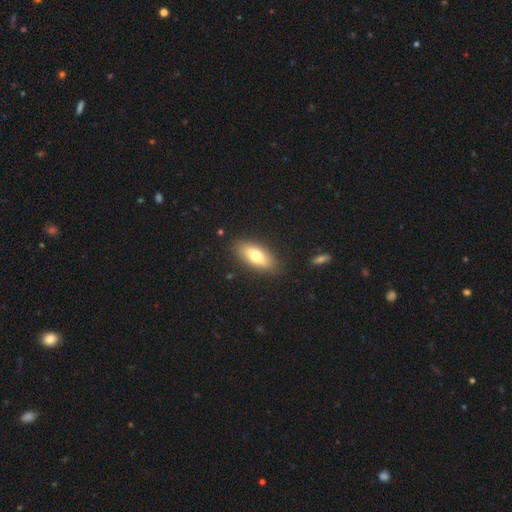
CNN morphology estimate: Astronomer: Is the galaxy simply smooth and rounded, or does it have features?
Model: smooth — 74%.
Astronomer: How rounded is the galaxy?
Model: in between — 80%.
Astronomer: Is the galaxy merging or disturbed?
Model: none — 85%.